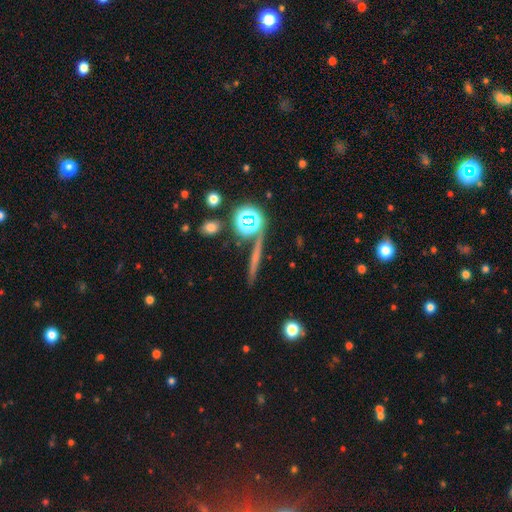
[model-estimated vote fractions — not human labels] smooth-or-featured: featured or disk: 39% | smooth: 38% | star or artifact: 23%
  merging: none: 81% | minor disturbance: 10% | merger: 6% | major disturbance: 4%